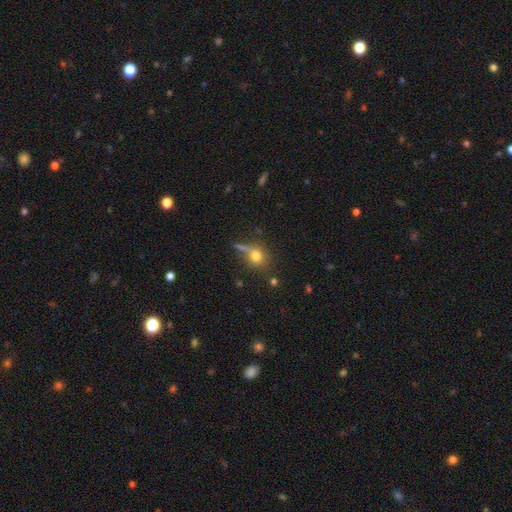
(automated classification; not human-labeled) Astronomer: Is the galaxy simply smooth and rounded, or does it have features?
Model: smooth — 73%.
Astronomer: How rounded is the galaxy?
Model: round — 73%.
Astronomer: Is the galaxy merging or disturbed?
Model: none — 61%.